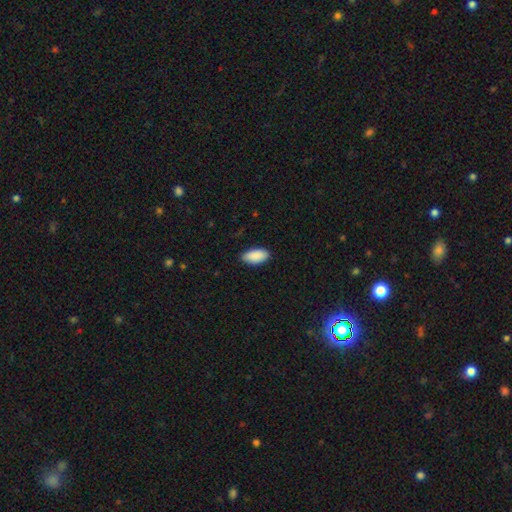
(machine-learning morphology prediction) type=smooth (91%); roundness=in between (94%); merging=none (88%).